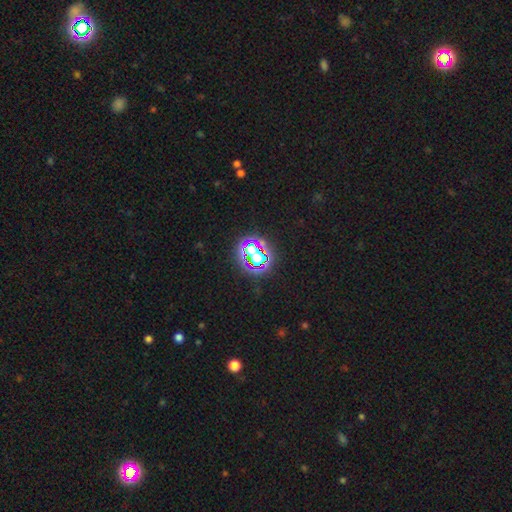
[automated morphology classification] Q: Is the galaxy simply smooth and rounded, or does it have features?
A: star or artifact — 61%.